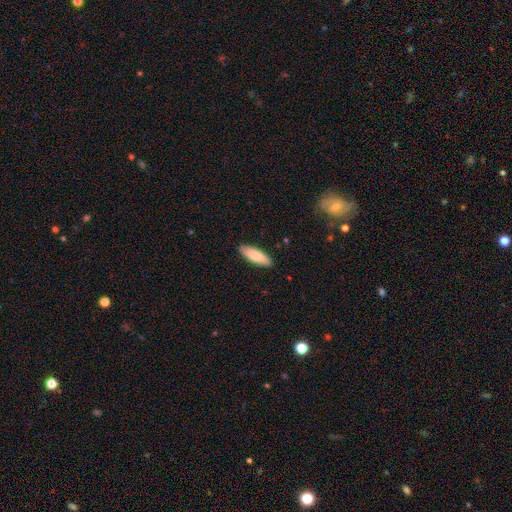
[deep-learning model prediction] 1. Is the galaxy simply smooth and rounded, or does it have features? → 78% smooth, 16% featured or disk, 5% star or artifact.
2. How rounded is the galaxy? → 59% in between, 40% cigar-shaped, 2% round.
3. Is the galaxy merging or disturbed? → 88% none, 9% minor disturbance, 2% major disturbance, 1% merger.